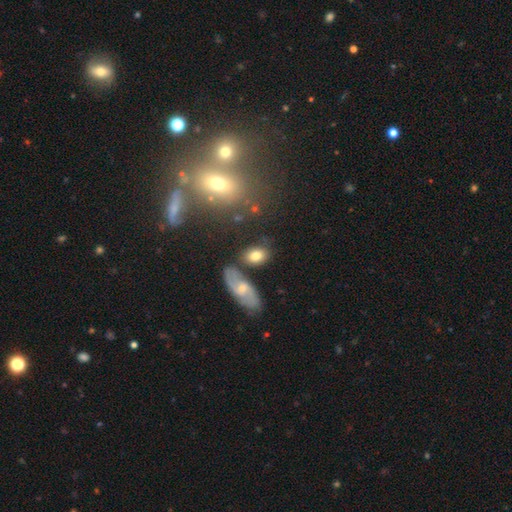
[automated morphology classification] Smooth or featured? smooth (75%)
How rounded? in between (78%)
Merging? none (66%)